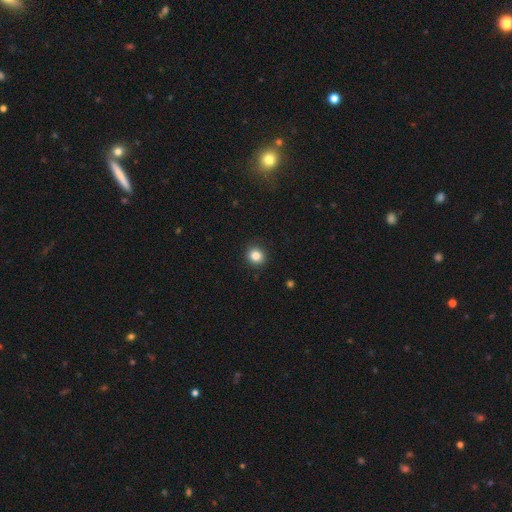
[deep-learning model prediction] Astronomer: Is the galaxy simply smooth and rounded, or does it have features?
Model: smooth — 84%.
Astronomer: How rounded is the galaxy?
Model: round — 86%.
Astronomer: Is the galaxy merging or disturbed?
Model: none — 91%.